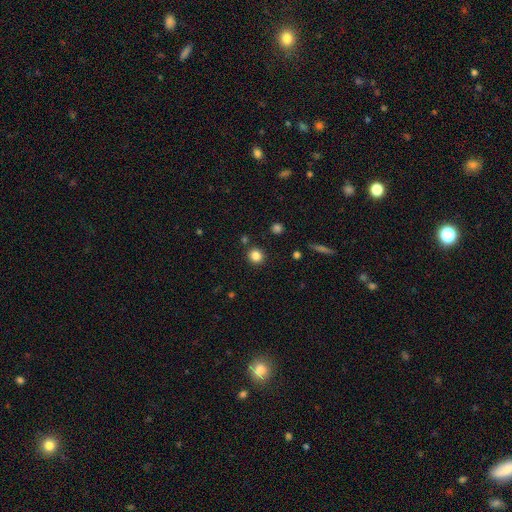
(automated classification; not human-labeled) Smooth or featured? Predicted: smooth (p=0.84). How rounded? Predicted: round (p=0.89). Merging? Predicted: none (p=0.88).